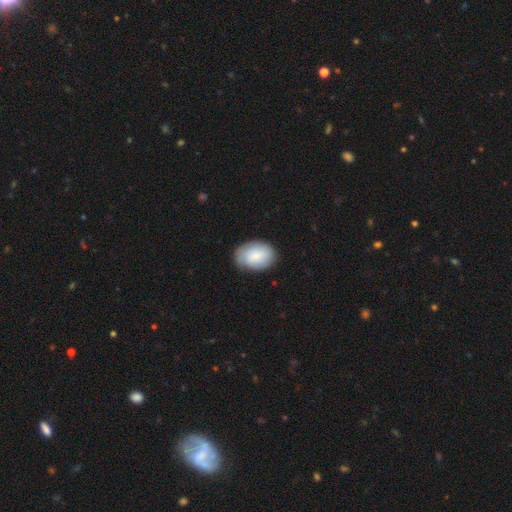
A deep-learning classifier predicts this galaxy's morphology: A smooth galaxy with no disk features (81%) that is in between round and cigar-shaped (81%).

Vote fractions:
- Smooth or featured? smooth: 81% / featured or disk: 13% / star or artifact: 6%
- How rounded? in between: 81% / round: 18% / cigar-shaped: 1%
- Merging? none: 78% / minor disturbance: 17% / major disturbance: 4% / merger: 1%